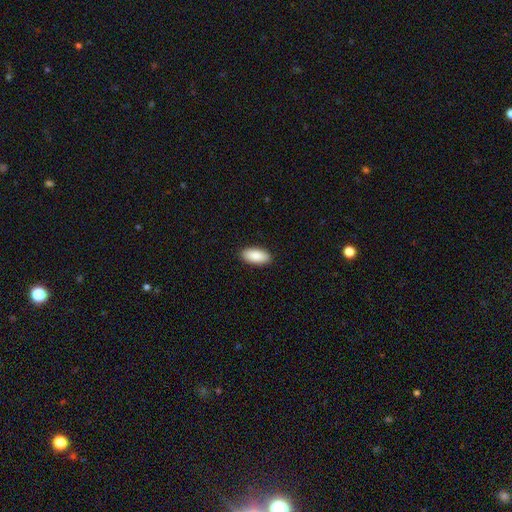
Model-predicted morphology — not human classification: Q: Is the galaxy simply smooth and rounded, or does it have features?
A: smooth — 90%.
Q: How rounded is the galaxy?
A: in between — 92%.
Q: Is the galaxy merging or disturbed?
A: none — 90%.